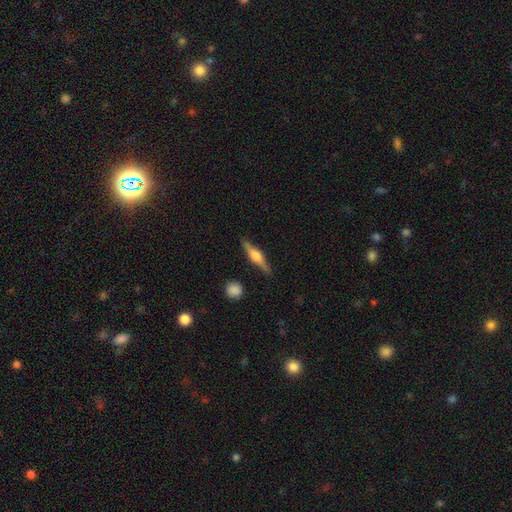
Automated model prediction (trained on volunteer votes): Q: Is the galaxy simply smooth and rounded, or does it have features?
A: featured or disk — 71%.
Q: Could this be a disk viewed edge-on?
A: yes — 97%.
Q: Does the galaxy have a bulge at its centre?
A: rounded — 89%.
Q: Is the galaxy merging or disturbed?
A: none — 88%.